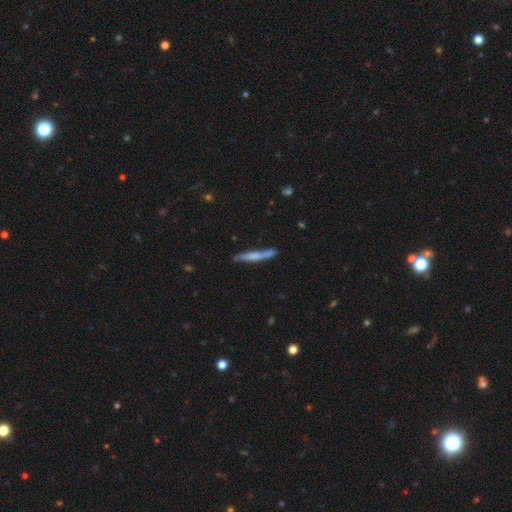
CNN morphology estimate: This appears to be a featured or disk galaxy (47%, tied with smooth). Merging: none (77%).